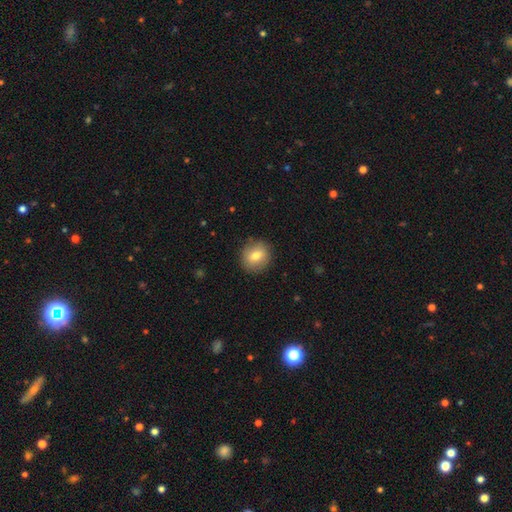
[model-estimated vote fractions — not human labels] The model was most divided on "smooth or featured": smooth: 75%, featured or disk: 17%, star or artifact: 9%. More confident: merging — none (88%); how rounded — round (83%).